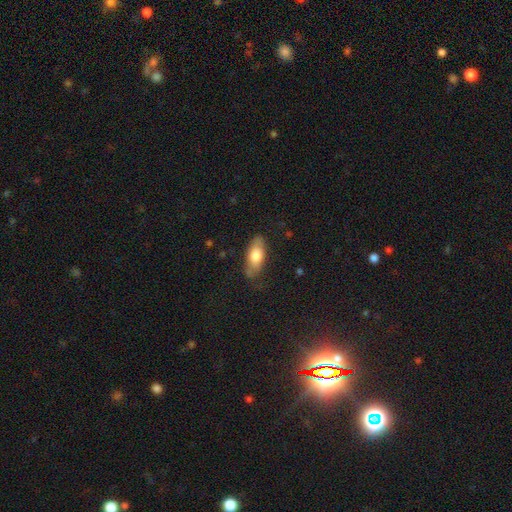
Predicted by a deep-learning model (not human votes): smooth 72%, featured or disk 22%, star or artifact 6%. Down the decision tree: how rounded — in between (79%); merging — none (73%).